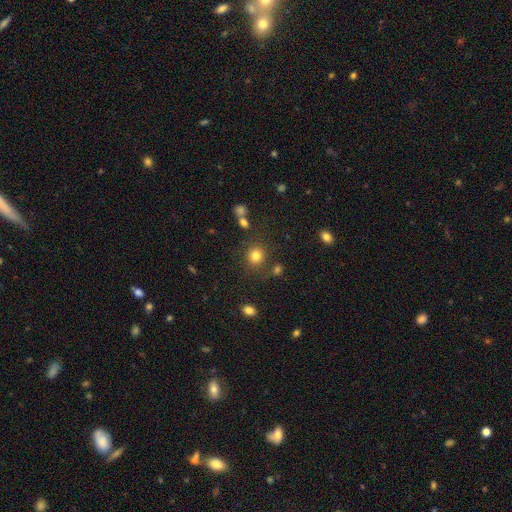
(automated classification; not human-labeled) This is likely a smooth galaxy (80%). How rounded: clearly round (86%). Merging: clearly none (81%).